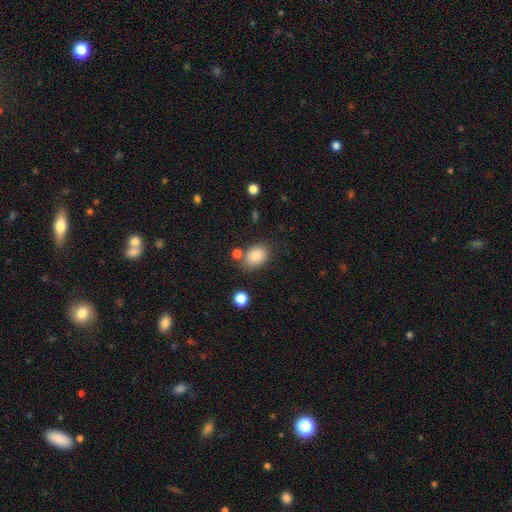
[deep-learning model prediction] Overall: smooth (85%). How rounded: in between (71%). Merging: none (71%).